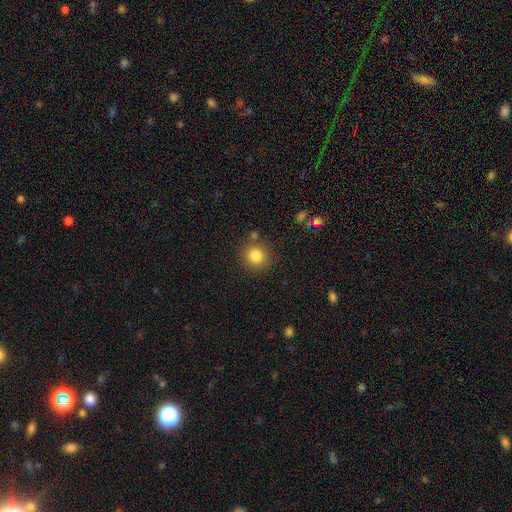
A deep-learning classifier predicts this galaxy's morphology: This is clearly a smooth galaxy (83%). How rounded: clearly round (90%). Merging: clearly none (82%).